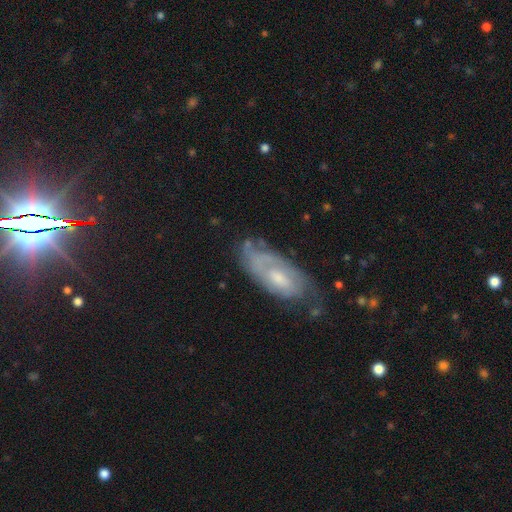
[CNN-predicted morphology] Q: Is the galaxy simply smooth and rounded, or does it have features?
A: featured or disk — 64%.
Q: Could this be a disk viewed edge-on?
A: no — 89%.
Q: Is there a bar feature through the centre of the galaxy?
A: no — 58%.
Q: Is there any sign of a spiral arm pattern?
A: yes — 75%.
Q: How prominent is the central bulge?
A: moderate — 49%.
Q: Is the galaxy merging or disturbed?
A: none — 52%.